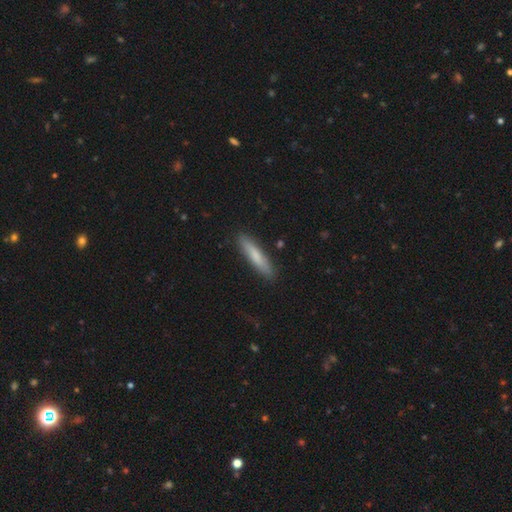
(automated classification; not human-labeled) smooth-or-featured: smooth: 75% | featured or disk: 19% | star or artifact: 6%
  how-rounded: cigar-shaped: 87% | in between: 11% | round: 1%
  merging: none: 87% | minor disturbance: 9% | major disturbance: 2% | merger: 1%